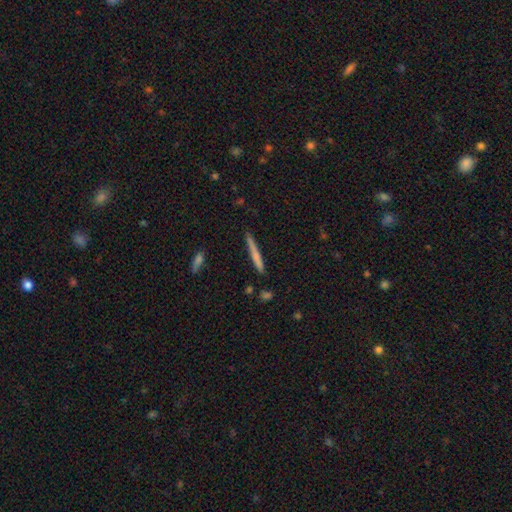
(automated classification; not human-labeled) Smooth or featured: smooth — 65% (featured or disk — 29%)
How rounded: cigar-shaped — 96% (in between — 3%)
Merging: none — 85% (minor disturbance — 11%)